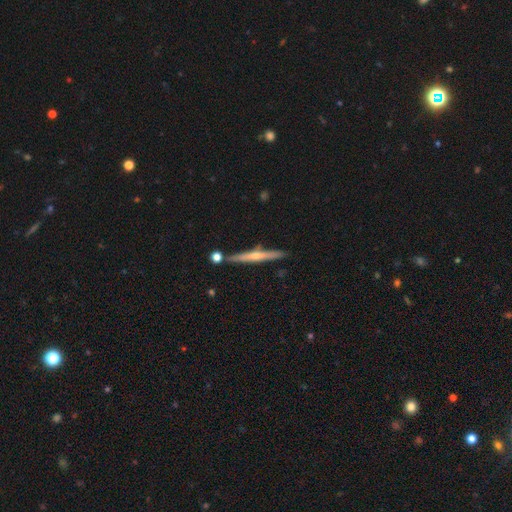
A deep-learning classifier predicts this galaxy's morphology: type=featured or disk (75%); edge-on=yes (97%); edge-on bulge=rounded (79%); merging=none (84%).